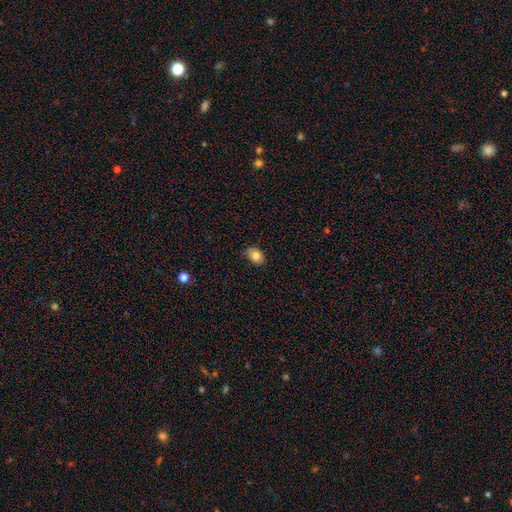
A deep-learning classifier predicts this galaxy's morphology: Smooth or featured? smooth (82%)
How rounded? in between (74%)
Merging? none (79%)